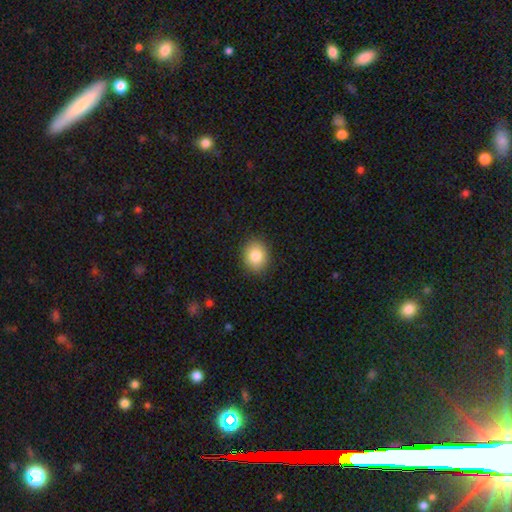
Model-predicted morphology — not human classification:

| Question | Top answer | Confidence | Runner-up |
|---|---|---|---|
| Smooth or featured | smooth | 84% | star or artifact (9%) |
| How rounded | round | 62% | in between (37%) |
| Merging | none | 90% | minor disturbance (7%) |